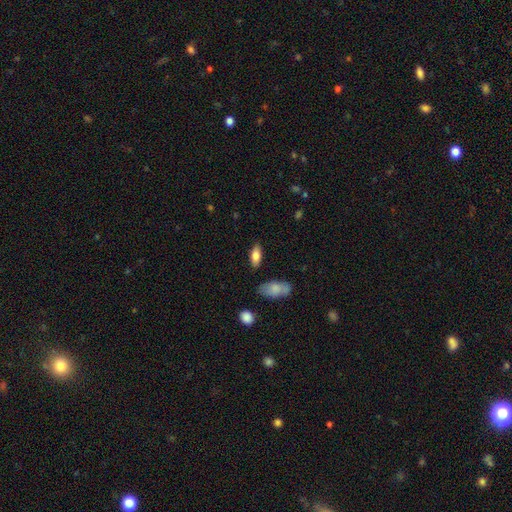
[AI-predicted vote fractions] Smooth or featured? Predicted: smooth (p=0.76). How rounded? Predicted: in between (p=0.80). Merging? Predicted: none (p=0.84).